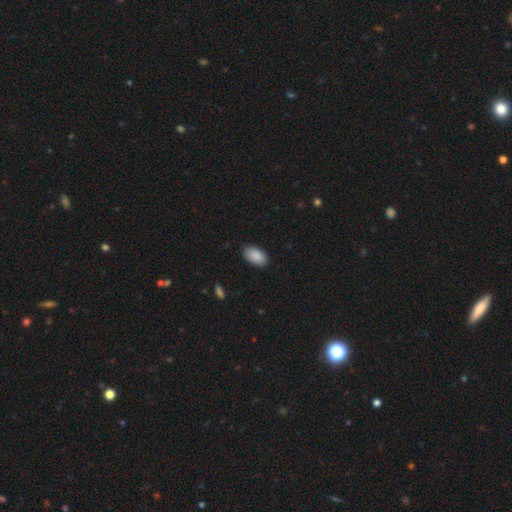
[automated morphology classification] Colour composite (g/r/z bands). It shows a smooth galaxy with no disk features (90%) that is in between round and cigar-shaped (94%). Merging: none (88%).